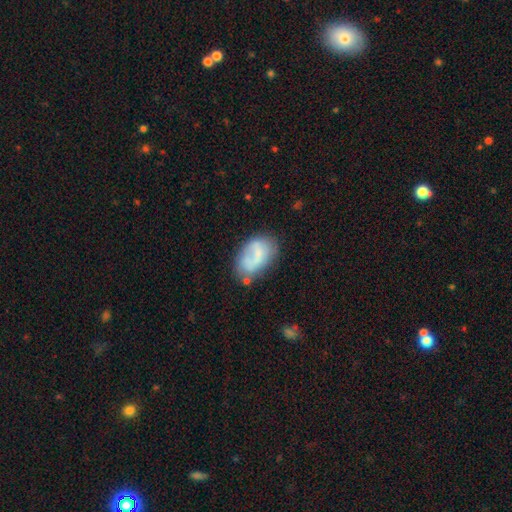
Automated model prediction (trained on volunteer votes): smooth 60%, featured or disk 32%, star or artifact 8%. Down the decision tree: how rounded — in between (89%); merging — none (50%).